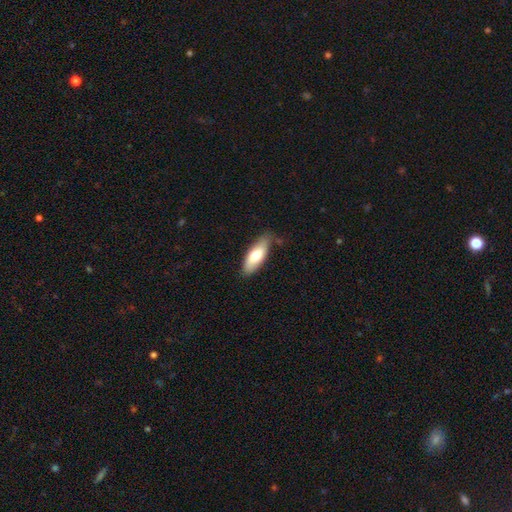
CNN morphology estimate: This is likely a smooth galaxy (73%). How rounded: likely in between (68%). Merging: likely none (76%).